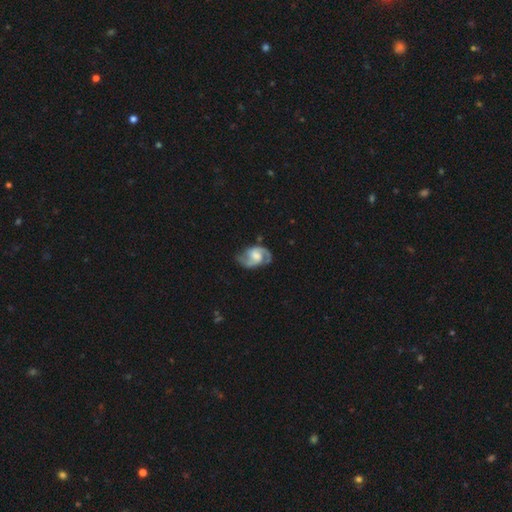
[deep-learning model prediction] Smooth or featured? Predicted: featured or disk (p=0.88). Edge-on disk? Predicted: no (p=0.98). Bar? Predicted: weak (p=0.48). Spiral arms? Predicted: yes (p=0.97). Spiral winding? Predicted: medium (p=0.57). Spiral arm count? Predicted: 2 (p=0.91). Bulge size? Predicted: moderate (p=0.41). Merging? Predicted: none (p=0.74).